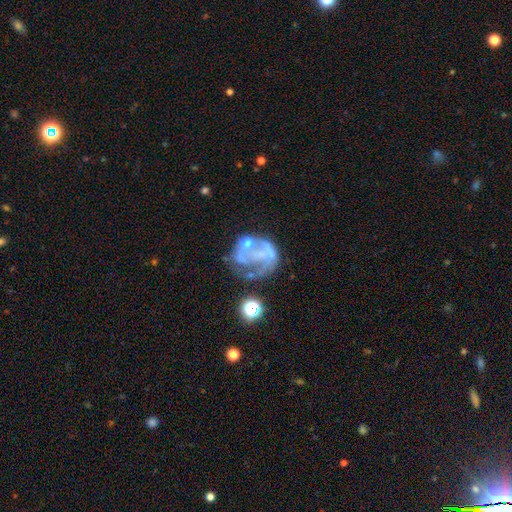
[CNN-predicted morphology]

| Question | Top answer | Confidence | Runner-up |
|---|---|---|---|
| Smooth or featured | featured or disk | 63% | smooth (24%) |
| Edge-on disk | no | 98% | yes (2%) |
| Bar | no | 84% | weak (12%) |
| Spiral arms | no | 71% | yes (29%) |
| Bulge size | none | 61% | small (18%) |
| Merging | major disturbance | 36% | none (33%) |